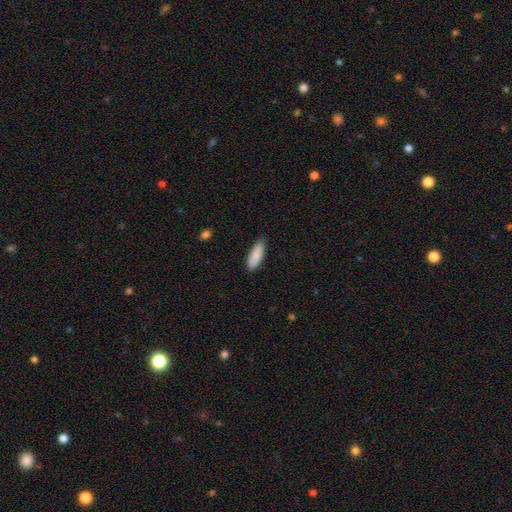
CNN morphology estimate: A smooth galaxy with no disk features (89%) that is in between round and cigar-shaped (62%). Merging: none (81%).